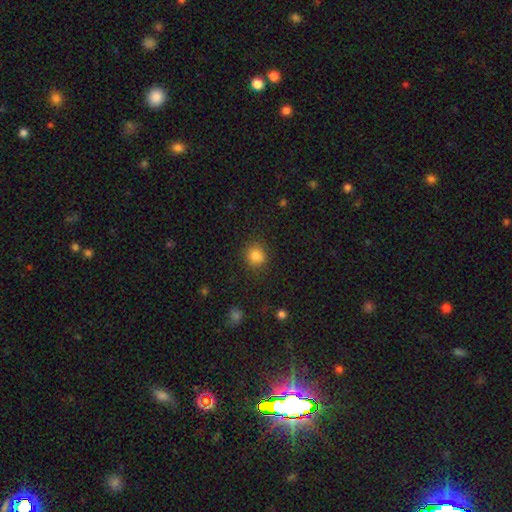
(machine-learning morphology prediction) smooth-or-featured: smooth: 82% | star or artifact: 12% | featured or disk: 5%
  how-rounded: round: 87% | in between: 12% | cigar-shaped: 1%
  merging: none: 85% | minor disturbance: 10% | major disturbance: 3% | merger: 2%